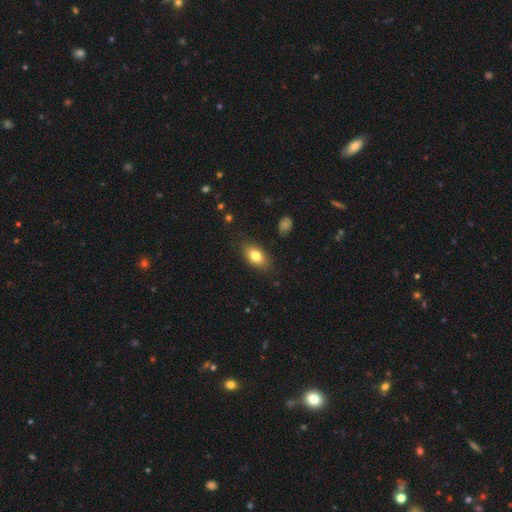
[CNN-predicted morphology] This is likely a smooth galaxy (79%). How rounded: clearly in between (88%). Merging: clearly none (83%).